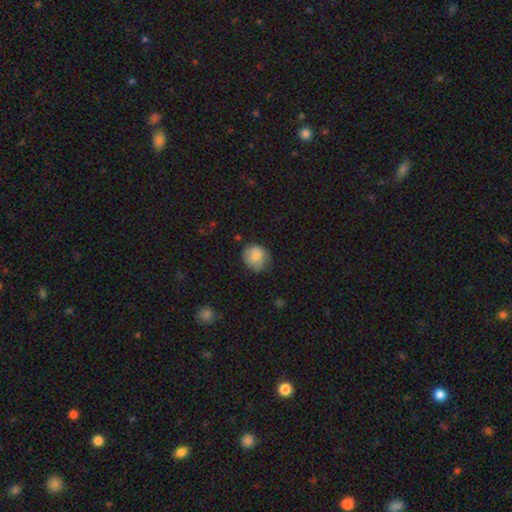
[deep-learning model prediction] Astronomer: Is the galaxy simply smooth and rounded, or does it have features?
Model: smooth — 83%.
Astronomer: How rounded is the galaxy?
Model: round — 79%.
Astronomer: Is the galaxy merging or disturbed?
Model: none — 63%.